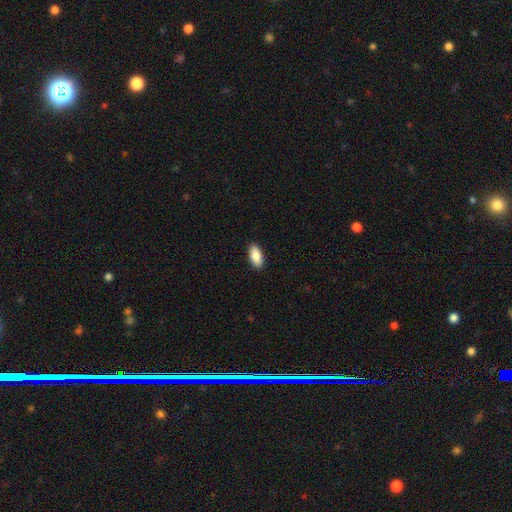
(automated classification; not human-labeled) Smooth or featured? Predicted: smooth (p=0.87). How rounded? Predicted: in between (p=0.90). Merging? Predicted: none (p=0.90).